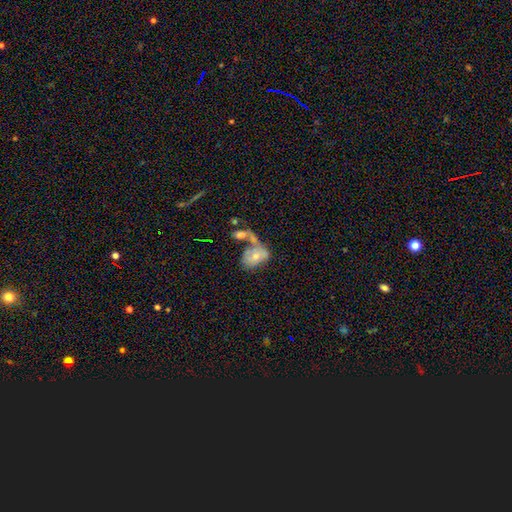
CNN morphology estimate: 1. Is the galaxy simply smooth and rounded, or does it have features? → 57% smooth, 35% featured or disk, 8% star or artifact.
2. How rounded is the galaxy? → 82% in between, 16% round, 2% cigar-shaped.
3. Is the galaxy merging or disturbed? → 46% merger, 22% none, 18% major disturbance, 15% minor disturbance.